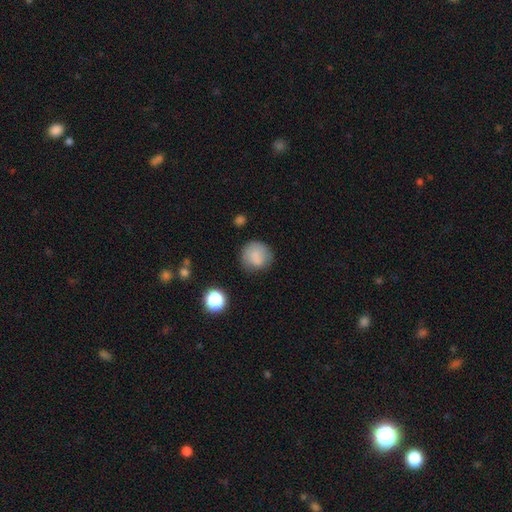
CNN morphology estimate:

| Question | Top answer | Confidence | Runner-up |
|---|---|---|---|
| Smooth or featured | smooth | 80% | featured or disk (10%) |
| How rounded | round | 90% | in between (9%) |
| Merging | none | 74% | minor disturbance (18%) |